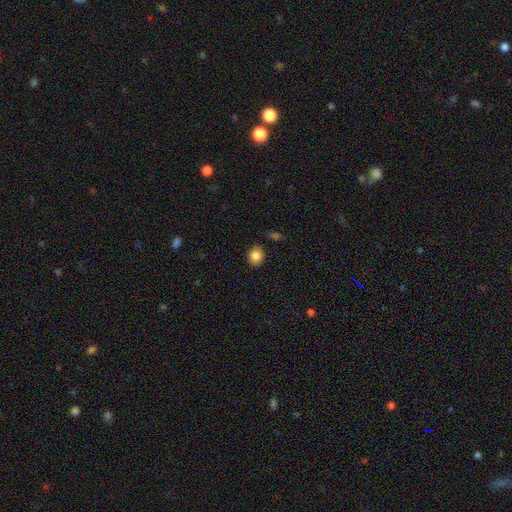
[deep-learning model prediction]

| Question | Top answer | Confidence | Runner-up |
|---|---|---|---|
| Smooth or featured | smooth | 85% | star or artifact (9%) |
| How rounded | round | 65% | in between (35%) |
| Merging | none | 84% | minor disturbance (11%) |